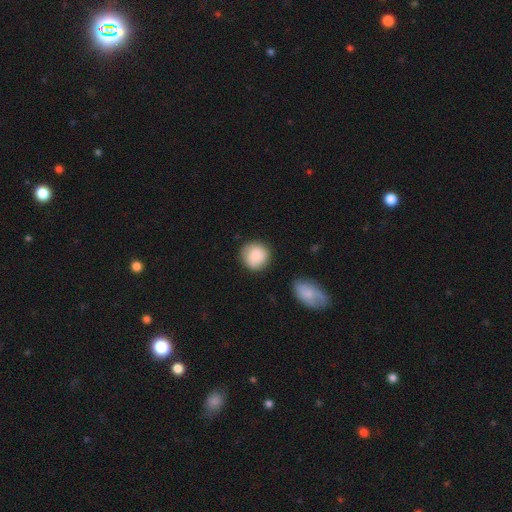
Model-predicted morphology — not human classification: Smooth or featured? Predicted: smooth (p=0.86). How rounded? Predicted: round (p=0.90). Merging? Predicted: none (p=0.81).